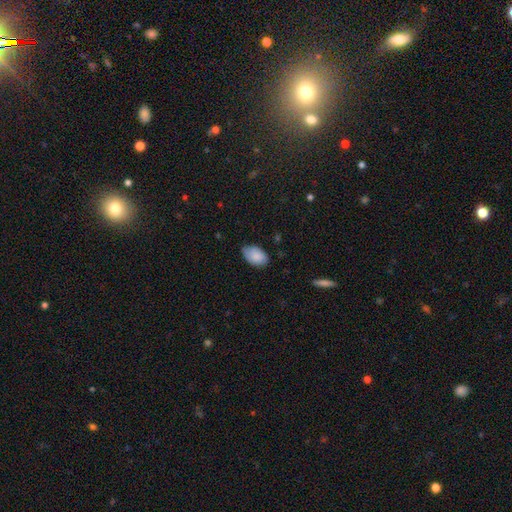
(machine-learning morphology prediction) Smooth or featured: smooth — 85% (featured or disk — 8%)
How rounded: in between — 90% (round — 9%)
Merging: none — 65% (minor disturbance — 29%)